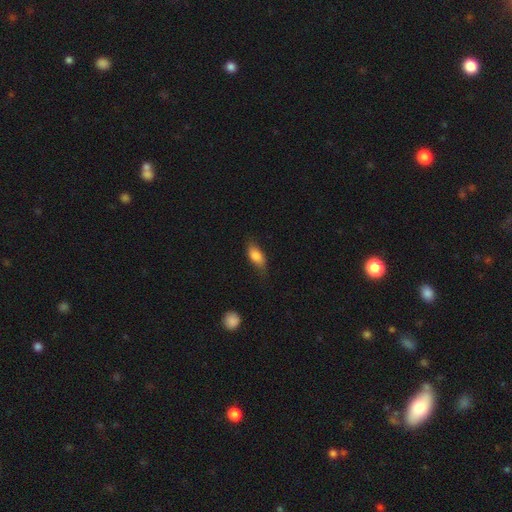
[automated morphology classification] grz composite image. It shows a smooth galaxy with no disk features (80%) that is in between round and cigar-shaped (84%). Merging: none (64%).